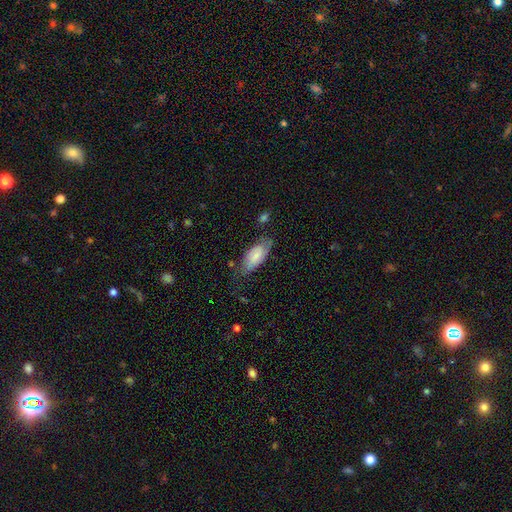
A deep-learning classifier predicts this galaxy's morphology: A smooth galaxy with no disk features (61%) that is in between round and cigar-shaped (87%). Merging: none (54%).